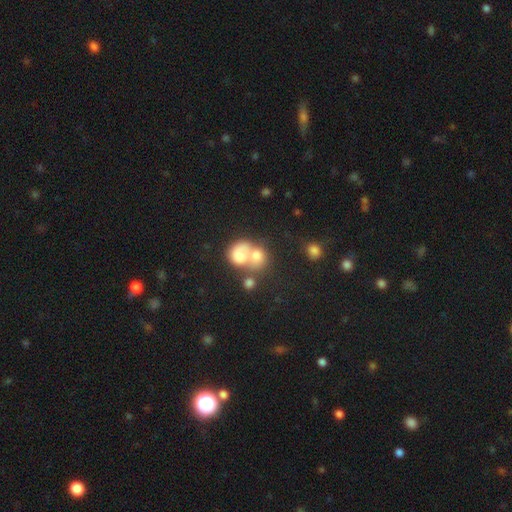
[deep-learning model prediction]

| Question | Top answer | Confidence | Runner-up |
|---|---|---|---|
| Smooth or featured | smooth | 68% | featured or disk (22%) |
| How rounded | round | 64% | in between (35%) |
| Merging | merger | 68% | none (19%) |